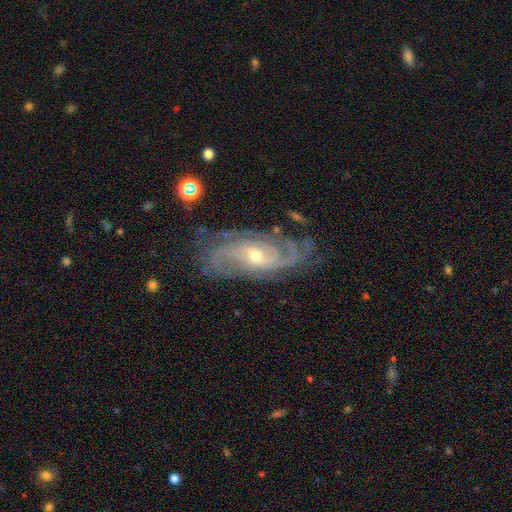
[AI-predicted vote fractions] Morphology: type=featured or disk (89%); edge-on=no (94%); bar=no (57%); spiral arms=yes (97%); winding=tight (59%); arm count=2 (27%); bulge=small (50%); merging=none (74%).